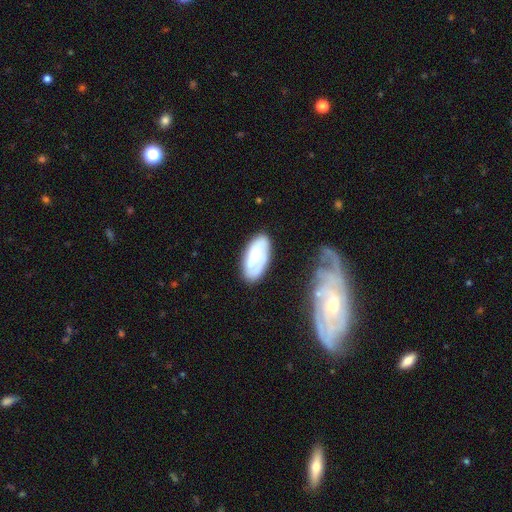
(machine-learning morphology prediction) Smooth or featured? Predicted: smooth (p=0.47). Merging? Predicted: none (p=0.67).